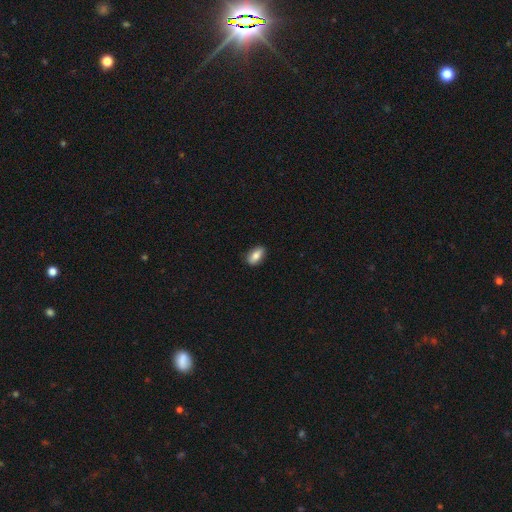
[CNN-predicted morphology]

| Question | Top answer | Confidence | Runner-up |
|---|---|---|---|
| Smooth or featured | smooth | 81% | featured or disk (12%) |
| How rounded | in between | 90% | cigar-shaped (5%) |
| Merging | none | 87% | minor disturbance (10%) |